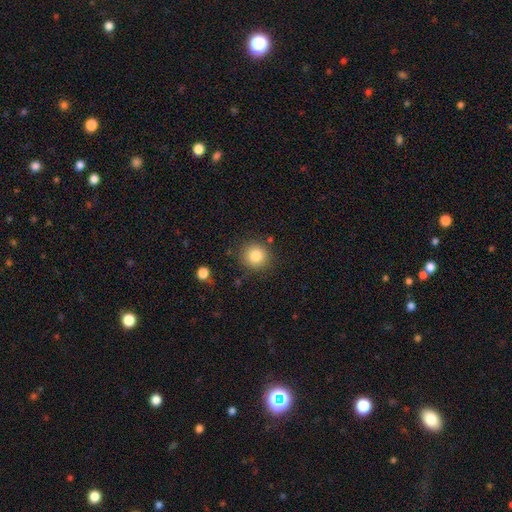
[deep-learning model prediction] Smooth or featured? Predicted: smooth (p=0.83). How rounded? Predicted: round (p=0.91). Merging? Predicted: none (p=0.85).